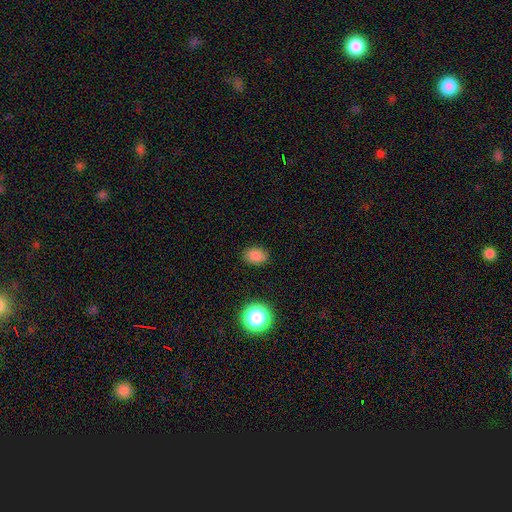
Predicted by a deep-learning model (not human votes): A smooth galaxy with no disk features (83%) that is in between round and cigar-shaped (70%).

Vote fractions:
- Smooth or featured? smooth: 83% / star or artifact: 13% / featured or disk: 4%
- How rounded? in between: 70% / round: 29% / cigar-shaped: 1%
- Merging? none: 86% / minor disturbance: 10% / major disturbance: 3% / merger: 1%